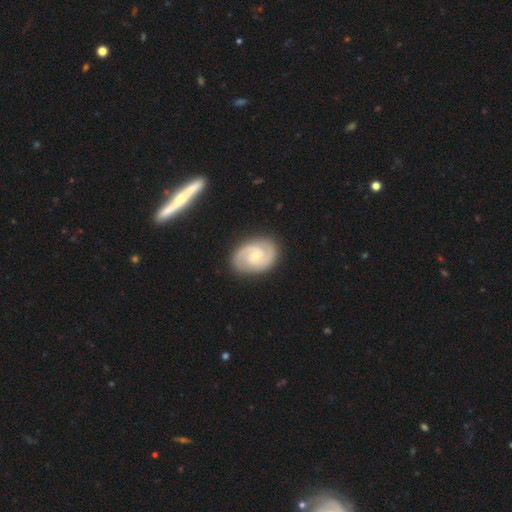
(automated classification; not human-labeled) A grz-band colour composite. It shows a featured or disk galaxy (86%) with no bar (54%), 2 (89%) medium (46%) spiral arms (97%) and a small central bulge (53%). Merging: none (86%).